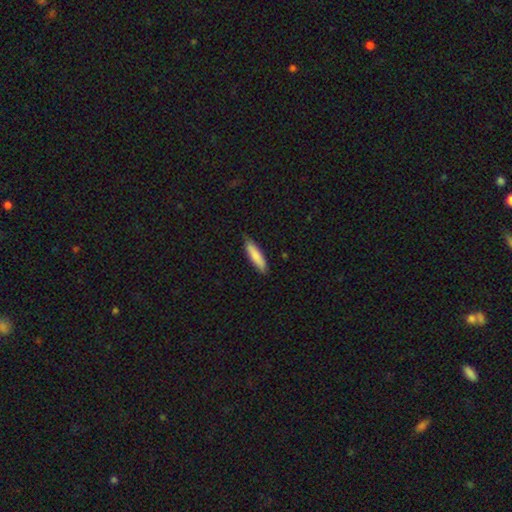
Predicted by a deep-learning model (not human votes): This is clearly a smooth galaxy (83%). How rounded: likely cigar-shaped (77%). Merging: clearly none (82%).